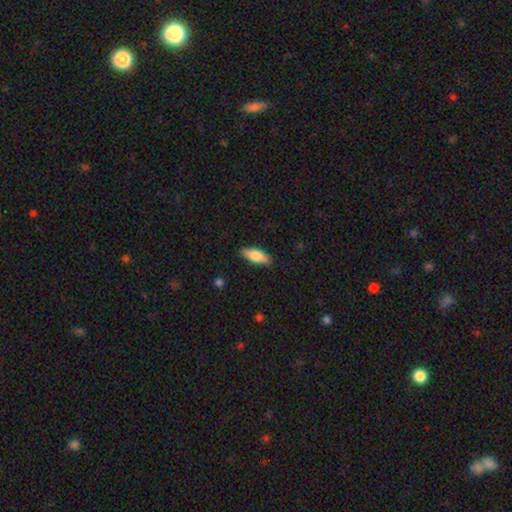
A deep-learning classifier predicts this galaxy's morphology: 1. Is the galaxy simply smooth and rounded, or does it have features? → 76% smooth, 18% featured or disk, 6% star or artifact.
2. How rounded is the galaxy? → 68% in between, 30% cigar-shaped, 2% round.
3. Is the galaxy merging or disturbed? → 87% none, 10% minor disturbance, 2% major disturbance, 1% merger.